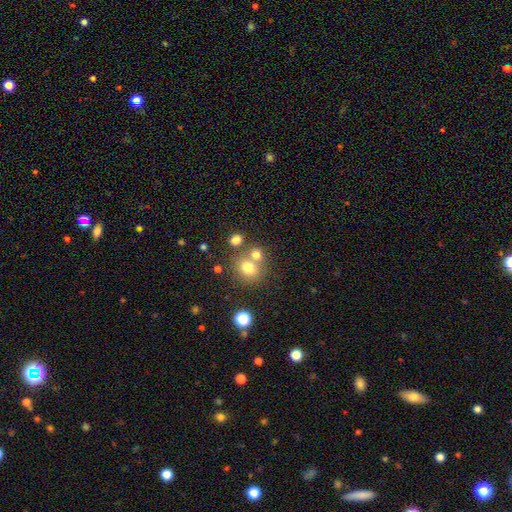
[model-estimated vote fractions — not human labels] Q: Smooth or featured?
A: smooth (70%); runner-up: star or artifact (17%)
Q: How rounded?
A: round (70%); runner-up: in between (29%)
Q: Merging?
A: none (52%); runner-up: merger (35%)